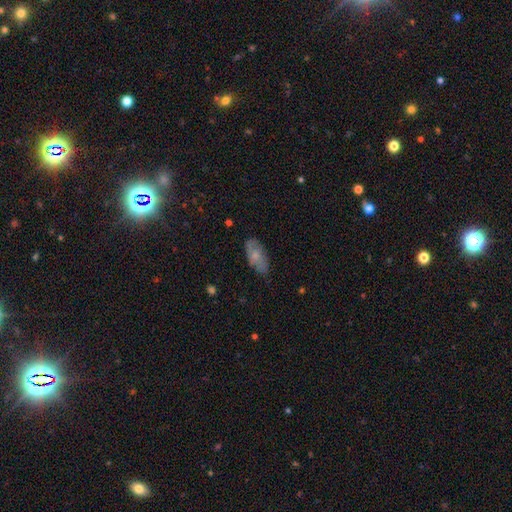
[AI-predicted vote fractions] A smooth galaxy with no disk features (63%) that is in between round and cigar-shaped (89%).

Vote fractions:
- Smooth or featured? smooth: 63% / featured or disk: 30% / star or artifact: 7%
- How rounded? in between: 89% / cigar-shaped: 8% / round: 3%
- Merging? none: 75% / minor disturbance: 20% / major disturbance: 4% / merger: 1%